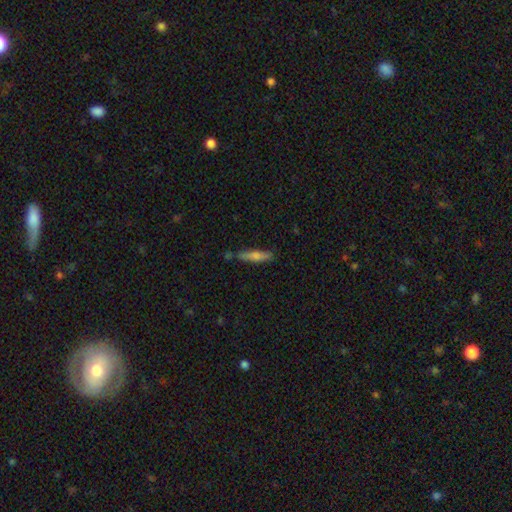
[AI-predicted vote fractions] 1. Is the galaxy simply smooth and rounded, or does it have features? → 61% smooth, 32% featured or disk, 7% star or artifact.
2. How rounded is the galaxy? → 89% cigar-shaped, 10% in between, 2% round.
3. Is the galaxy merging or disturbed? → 80% none, 13% minor disturbance, 4% merger, 3% major disturbance.